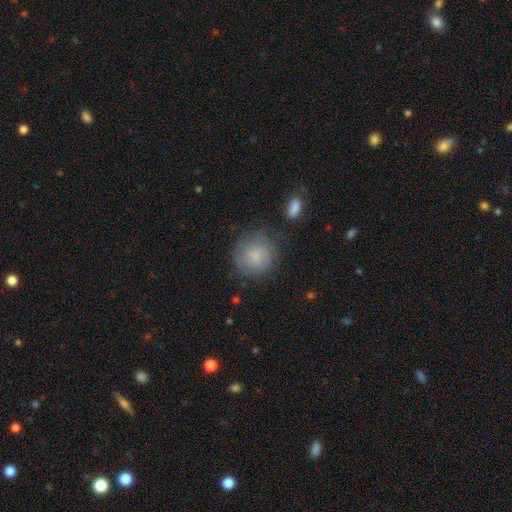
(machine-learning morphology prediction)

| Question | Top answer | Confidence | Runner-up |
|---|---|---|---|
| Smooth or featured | smooth | 78% | featured or disk (14%) |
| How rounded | round | 90% | in between (9%) |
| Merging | none | 69% | minor disturbance (20%) |